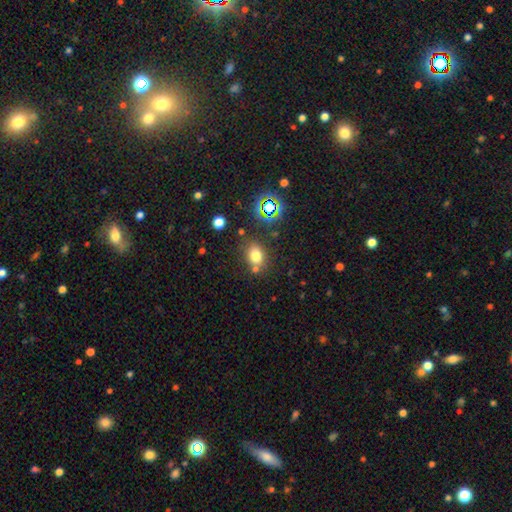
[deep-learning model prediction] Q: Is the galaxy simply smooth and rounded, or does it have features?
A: smooth — 73%.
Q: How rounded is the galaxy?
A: in between — 56%.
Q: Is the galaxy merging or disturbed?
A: none — 69%.